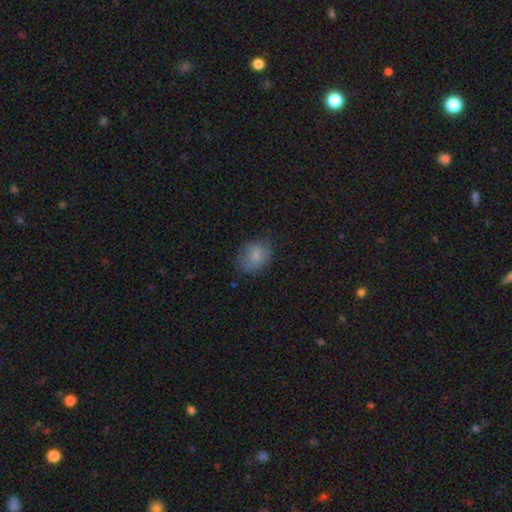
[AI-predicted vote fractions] This appears to be a smooth galaxy with no disk features (78%) that is in between round and cigar-shaped (52%). Merging: none (67%).